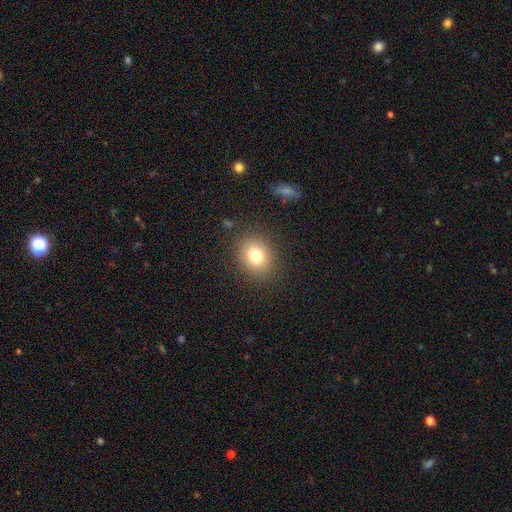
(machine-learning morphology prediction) smooth_or_featured: smooth (p=0.78) [alt: star or artifact p=0.12]
how_rounded: round (p=0.64) [alt: in between p=0.35]
merging: none (p=0.87) [alt: minor disturbance p=0.08]